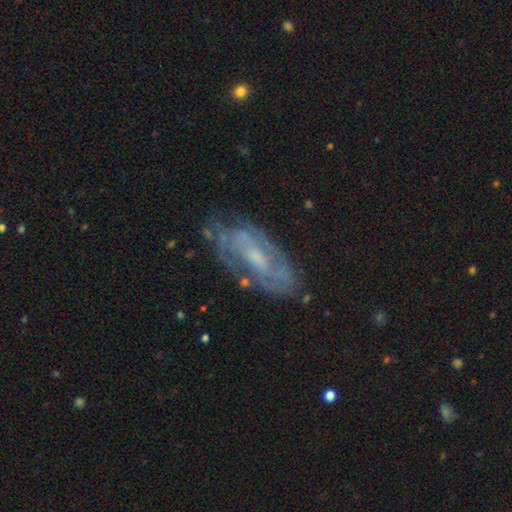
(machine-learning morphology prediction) Smooth or featured? featured or disk (76%)
Edge-on disk? no (90%)
Bar? no (47%)
Spiral arms? yes (78%)
Spiral winding? tight (49%)
Spiral arm count? can't tell (46%)
Bulge size? small (41%, tied with moderate)
Merging? none (70%)